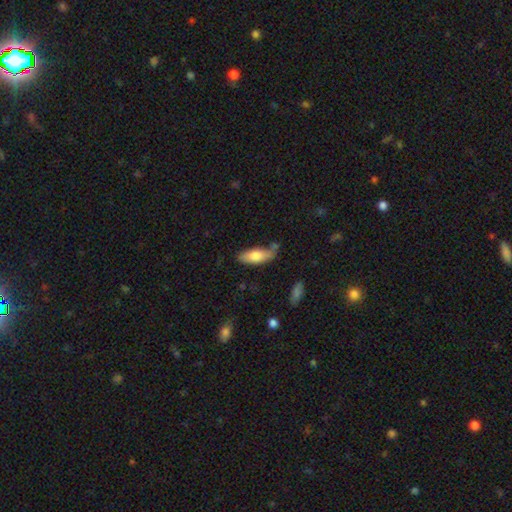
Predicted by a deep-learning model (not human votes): Smooth or featured: smooth — 75% (featured or disk — 19%)
How rounded: in between — 71% (cigar-shaped — 27%)
Merging: none — 63% (minor disturbance — 24%)